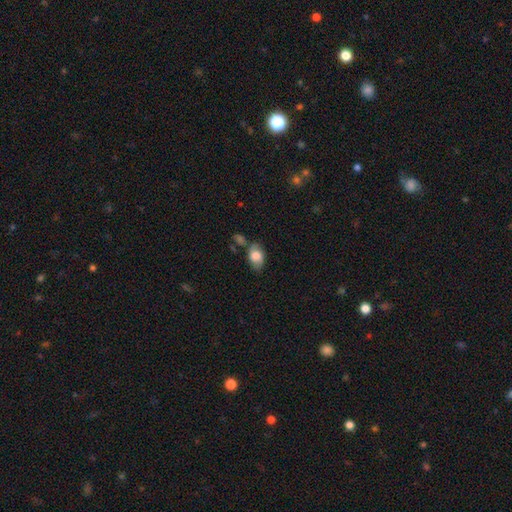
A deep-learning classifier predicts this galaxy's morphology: Smooth or featured?
  - smooth: 71% *
  - featured or disk: 22%
  - star or artifact: 8%
How rounded?
  - in between: 86% *
  - round: 12%
  - cigar-shaped: 2%
Merging?
  - none: 55% *
  - minor disturbance: 24%
  - merger: 13%
  - major disturbance: 7%